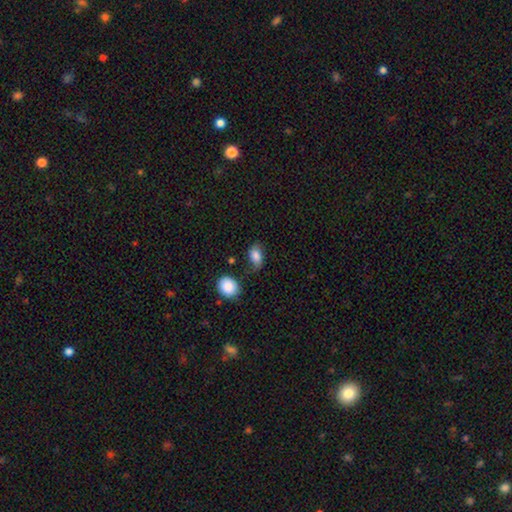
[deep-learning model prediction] The model was most divided on "merging": none: 57%, minor disturbance: 27%, major disturbance: 9%, merger: 7%. More confident: how rounded — in between (83%); smooth or featured — smooth (80%).